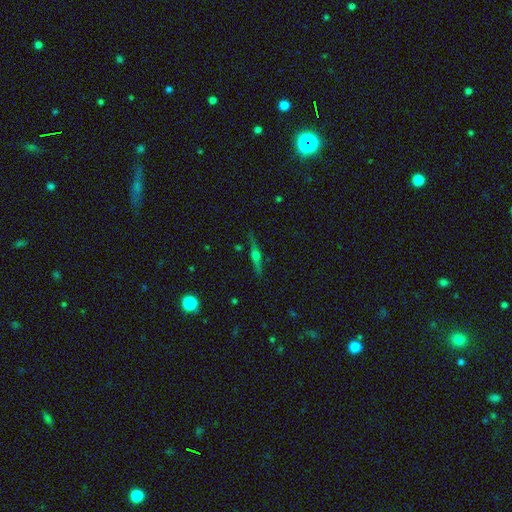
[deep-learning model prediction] This appears to be a featured or disk galaxy (68%) viewed edge-on (97%) with a rounded central bulge (88%). Merging: none (87%).